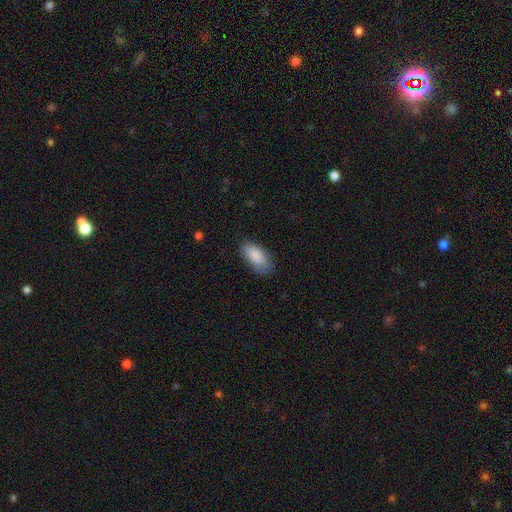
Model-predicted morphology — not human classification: A smooth galaxy with no disk features (88%) that is in between round and cigar-shaped (92%). Merging: none (75%).